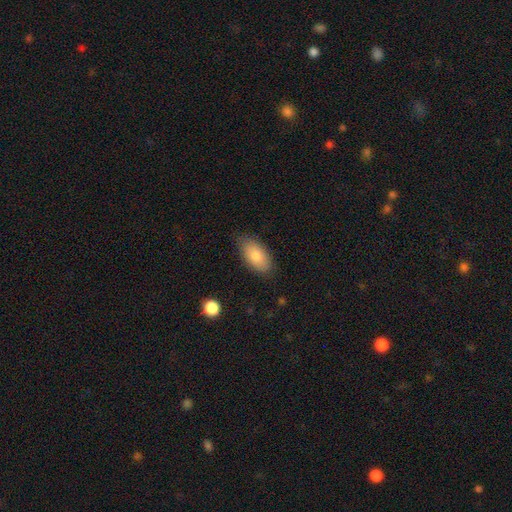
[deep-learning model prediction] Smooth or featured: smooth — 82% (featured or disk — 12%)
How rounded: in between — 93% (cigar-shaped — 4%)
Merging: none — 80% (minor disturbance — 15%)